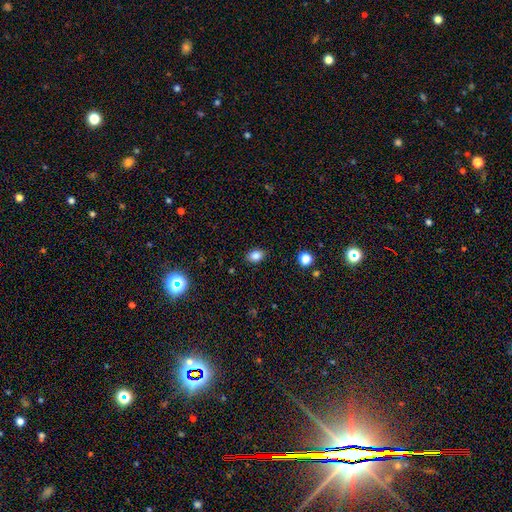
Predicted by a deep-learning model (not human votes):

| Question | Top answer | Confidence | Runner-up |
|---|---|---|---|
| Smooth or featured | smooth | 84% | star or artifact (11%) |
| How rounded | in between | 76% | round (23%) |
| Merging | none | 87% | minor disturbance (9%) |